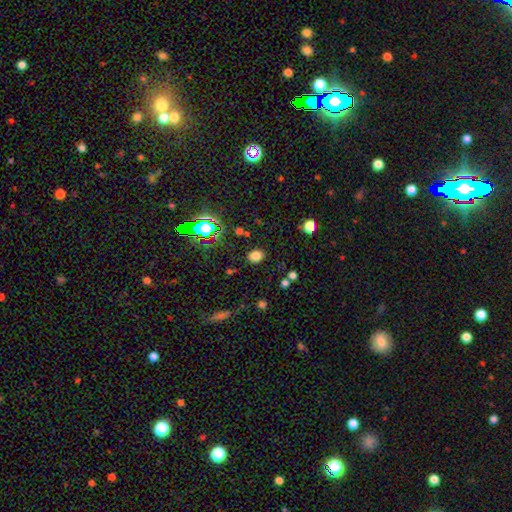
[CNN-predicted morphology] A smooth galaxy with no disk features (76%) that is round (51%).

Vote fractions:
- Smooth or featured? smooth: 76% / star or artifact: 18% / featured or disk: 6%
- How rounded? round: 51% / in between: 48% / cigar-shaped: 1%
- Merging? none: 85% / minor disturbance: 9% / major disturbance: 3% / merger: 2%